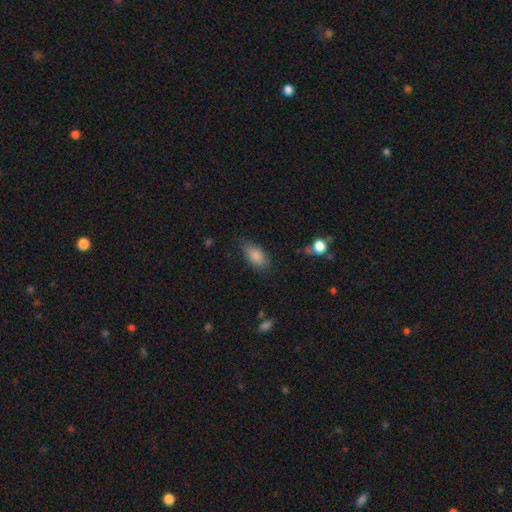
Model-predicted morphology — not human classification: smooth-or-featured: smooth: 86% | star or artifact: 8% | featured or disk: 7%
  how-rounded: in between: 91% | round: 5% | cigar-shaped: 4%
  merging: none: 76% | minor disturbance: 17% | major disturbance: 5% | merger: 2%